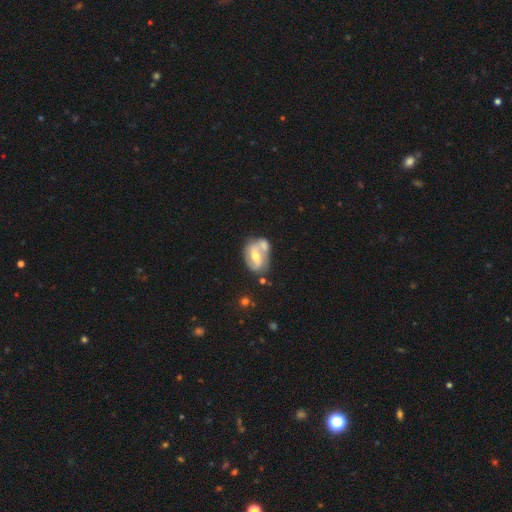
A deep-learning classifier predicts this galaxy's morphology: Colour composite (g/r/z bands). It shows a featured or disk galaxy (73%) with a weak bar (41%), 2 (83%) medium (46%) spiral arms (79%) and a moderate central bulge (67%). Merging: none (42%).